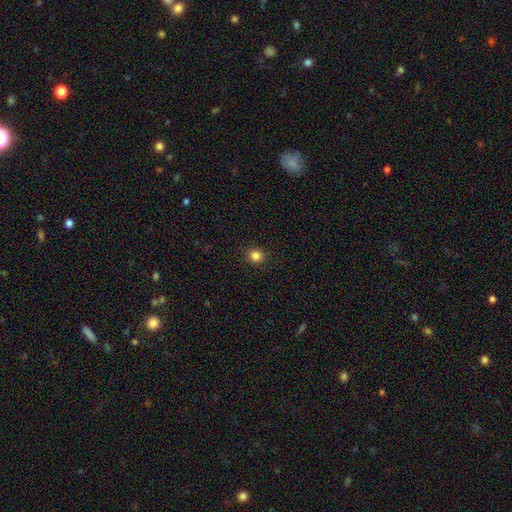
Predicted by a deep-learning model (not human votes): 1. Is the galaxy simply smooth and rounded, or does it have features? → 84% smooth, 12% star or artifact, 4% featured or disk.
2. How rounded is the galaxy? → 89% round, 10% in between, 1% cigar-shaped.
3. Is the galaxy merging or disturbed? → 91% none, 6% minor disturbance, 2% major disturbance, 1% merger.